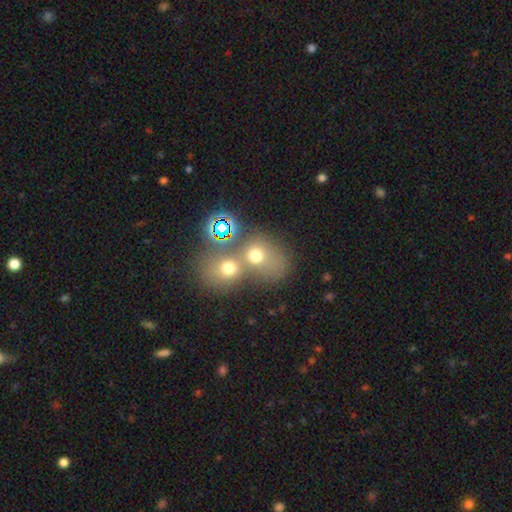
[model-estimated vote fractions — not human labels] This appears to be a smooth galaxy with no disk features (63%) that is round (61%). Merging: merger (61%).